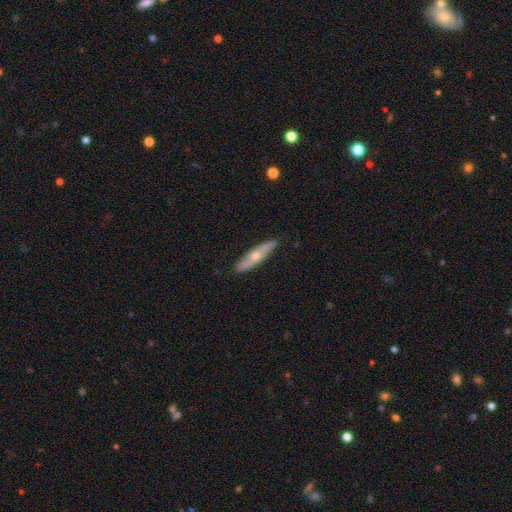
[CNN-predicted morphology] Q: Smooth or featured?
A: featured or disk (56%); runner-up: smooth (39%)
Q: Edge-on disk?
A: yes (73%); runner-up: no (27%)
Q: Merging?
A: none (87%); runner-up: minor disturbance (10%)